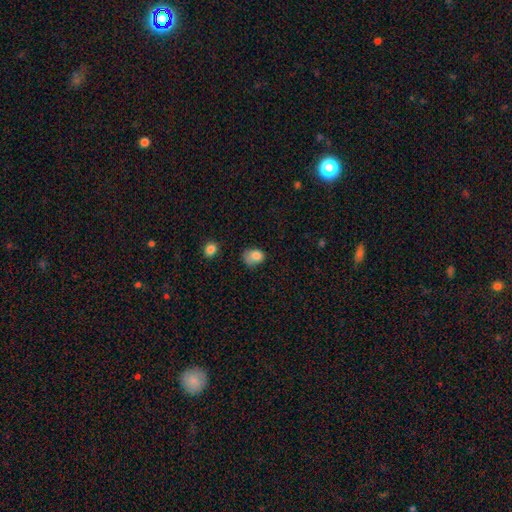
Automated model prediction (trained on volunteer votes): Smooth or featured?
  - smooth: 81% *
  - star or artifact: 10%
  - featured or disk: 9%
How rounded?
  - in between: 53% *
  - round: 46%
  - cigar-shaped: 1%
Merging?
  - minor disturbance: 39% *
  - none: 35%
  - major disturbance: 21%
  - merger: 4%